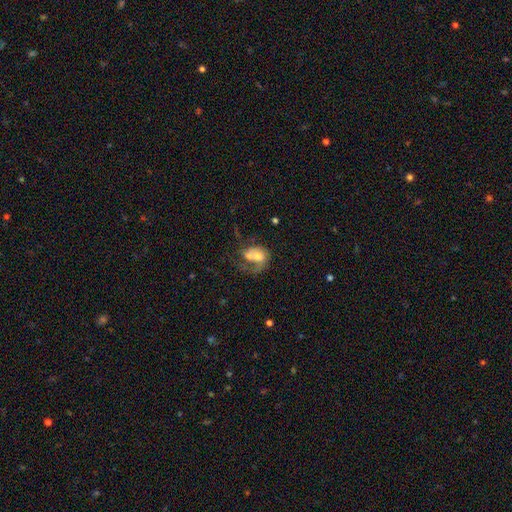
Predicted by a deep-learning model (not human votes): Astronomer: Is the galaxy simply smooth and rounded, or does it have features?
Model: featured or disk — 54% (runner-up: smooth, 38%).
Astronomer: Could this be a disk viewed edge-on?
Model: no — 97%.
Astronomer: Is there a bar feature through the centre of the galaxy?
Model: no — 77%.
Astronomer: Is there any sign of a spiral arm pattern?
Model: yes — 66%.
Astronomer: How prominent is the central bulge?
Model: moderate — 51%.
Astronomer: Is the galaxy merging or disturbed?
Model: merger — 41% (runner-up: major disturbance, 29%).